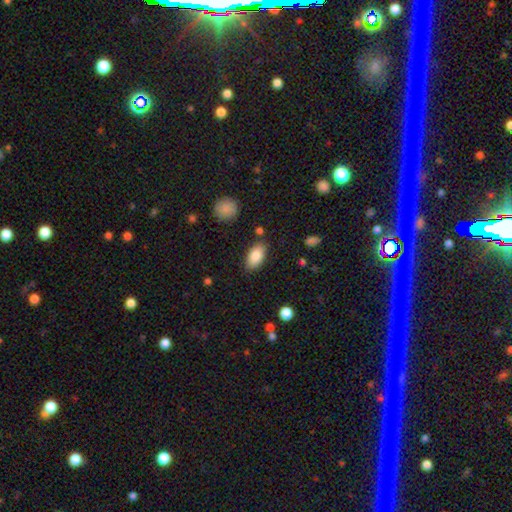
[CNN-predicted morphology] smooth_or_featured: smooth (p=0.86) [alt: featured or disk p=0.08]
how_rounded: in between (p=0.93) [alt: round p=0.04]
merging: none (p=0.83) [alt: minor disturbance p=0.11]